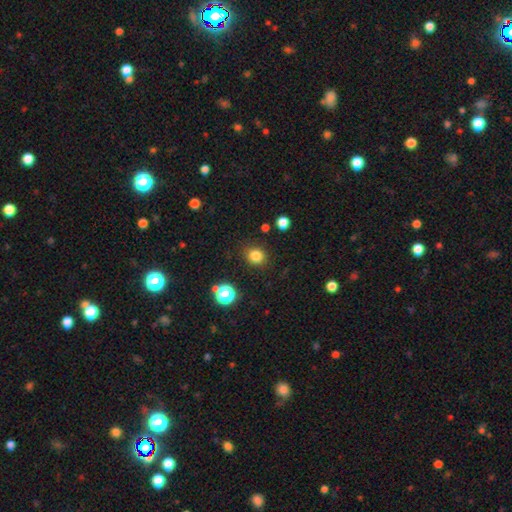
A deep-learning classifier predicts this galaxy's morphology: smooth 82%, star or artifact 13%, featured or disk 4%. Down the decision tree: how rounded — round (82%); merging — none (86%).